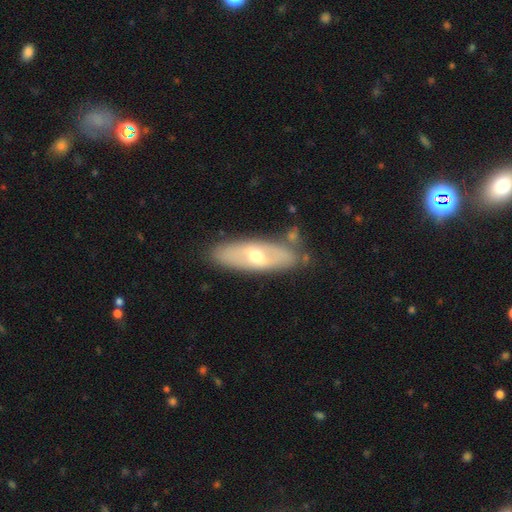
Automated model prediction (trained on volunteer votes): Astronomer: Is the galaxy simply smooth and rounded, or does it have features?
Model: featured or disk — 52% (runner-up: smooth, 41%).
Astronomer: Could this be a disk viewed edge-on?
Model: no — 71%.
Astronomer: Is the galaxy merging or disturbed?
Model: none — 77%.